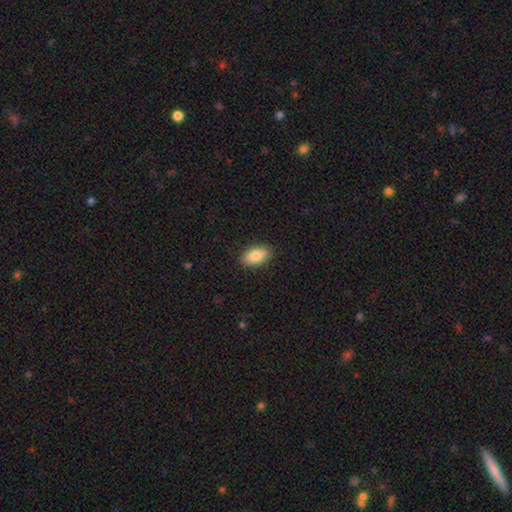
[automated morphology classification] Smooth or featured? smooth (86%)
How rounded? in between (92%)
Merging? none (88%)